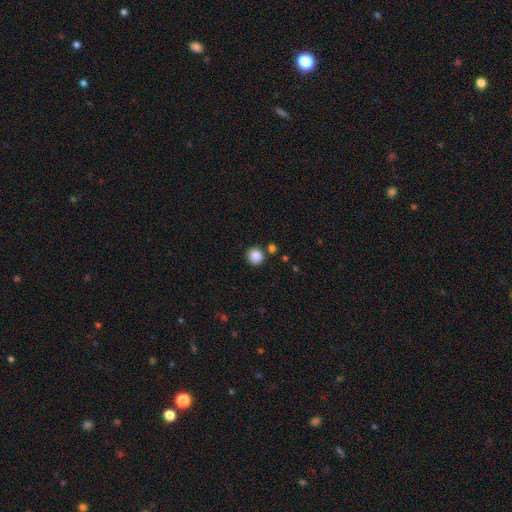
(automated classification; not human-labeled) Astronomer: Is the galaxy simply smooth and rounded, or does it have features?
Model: smooth — 87%.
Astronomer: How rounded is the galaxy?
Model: round — 93%.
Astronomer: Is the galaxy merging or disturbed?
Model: none — 82%.